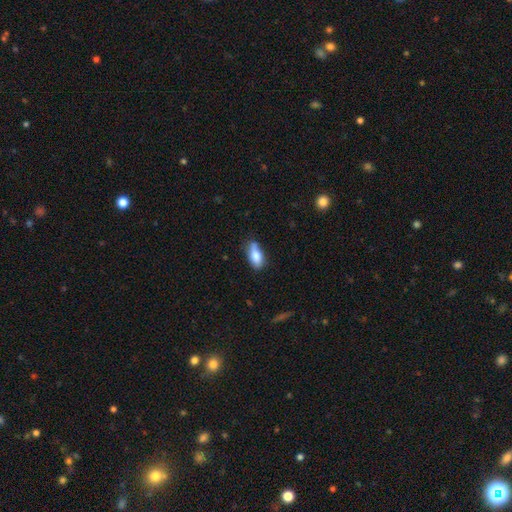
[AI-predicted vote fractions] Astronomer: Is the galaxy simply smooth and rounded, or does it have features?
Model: smooth — 77%.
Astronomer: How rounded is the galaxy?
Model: in between — 85%.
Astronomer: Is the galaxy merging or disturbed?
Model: none — 58%.